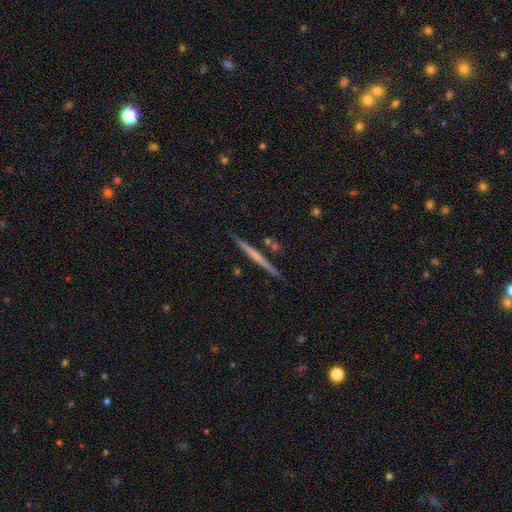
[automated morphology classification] Smooth or featured: featured or disk — 59% (smooth — 35%)
Edge-on disk: yes — 98% (no — 2%)
Edge-on bulge: none — 81% (rounded — 14%)
Merging: none — 89% (minor disturbance — 7%)